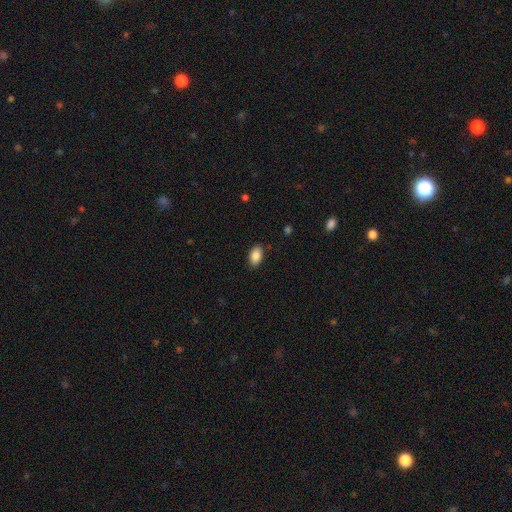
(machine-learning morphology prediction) A smooth galaxy with no disk features (87%) that is in between round and cigar-shaped (91%). Merging: none (87%).